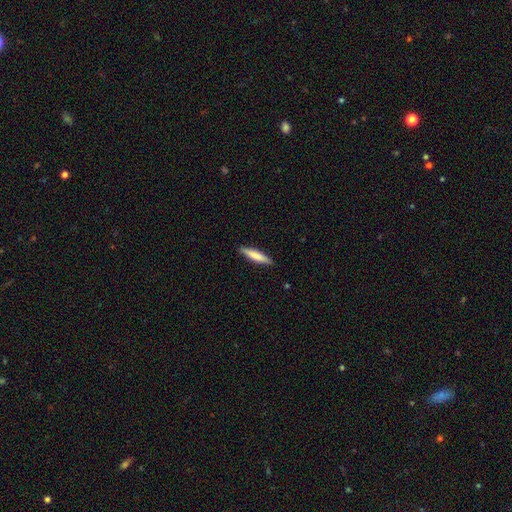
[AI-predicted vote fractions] This is likely a smooth galaxy (74%). How rounded: clearly cigar-shaped (87%). Merging: clearly none (89%).